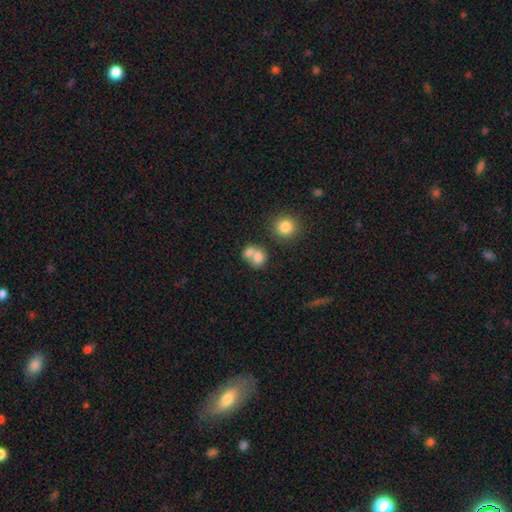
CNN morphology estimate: Q: Smooth or featured?
A: smooth (74%); runner-up: featured or disk (16%)
Q: How rounded?
A: round (67%); runner-up: in between (32%)
Q: Merging?
A: merger (59%); runner-up: none (29%)